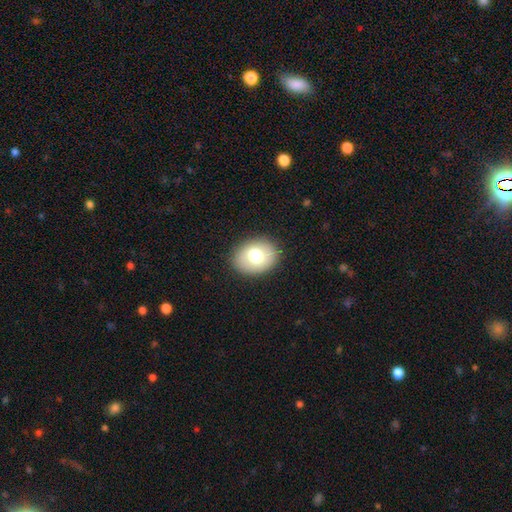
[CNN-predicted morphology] This is likely a smooth galaxy (73%). How rounded: likely in between (66%). Merging: clearly none (87%).